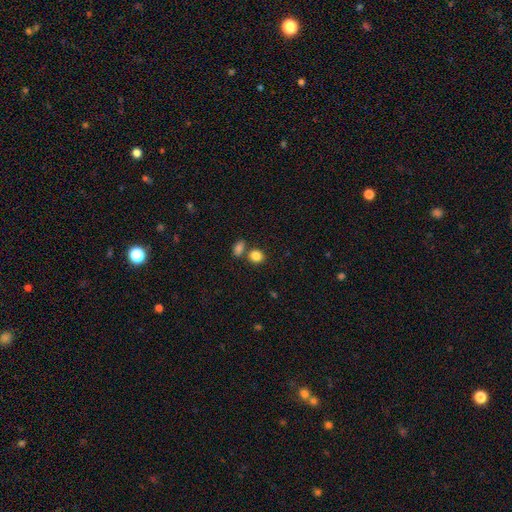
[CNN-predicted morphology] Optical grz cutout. It shows a smooth galaxy with no disk features (84%) that is round (66%). Merging: none (61%).